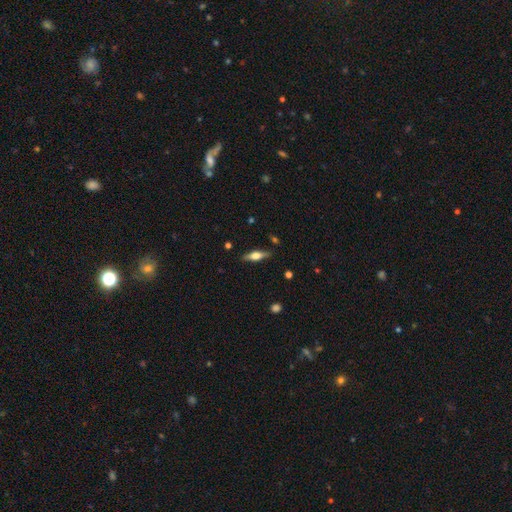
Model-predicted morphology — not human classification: This is likely a featured or disk galaxy (62%). It is clearly viewed edge-on (96%). Edge-on bulge: clearly rounded (89%). Merging: clearly none (87%).